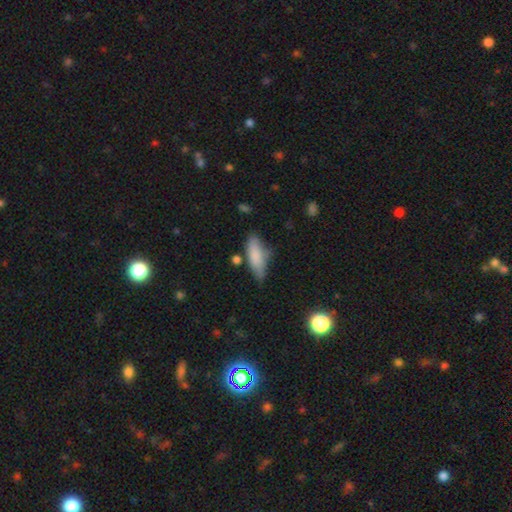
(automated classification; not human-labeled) Q: Smooth or featured?
A: smooth (82%); runner-up: featured or disk (12%)
Q: How rounded?
A: in between (60%); runner-up: cigar-shaped (38%)
Q: Merging?
A: none (62%); runner-up: minor disturbance (26%)